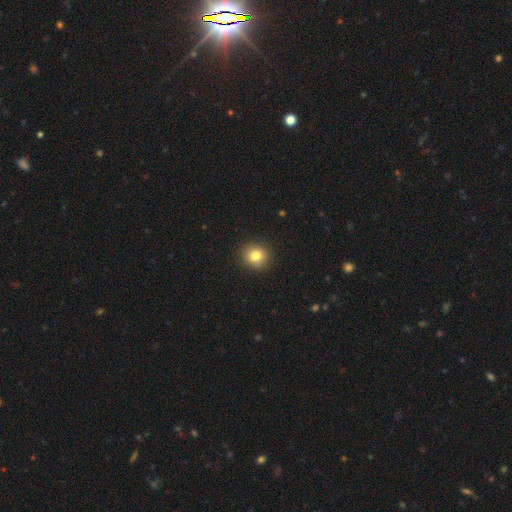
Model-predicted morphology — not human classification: Smooth or featured?
  - smooth: 81% *
  - star or artifact: 11%
  - featured or disk: 8%
How rounded?
  - round: 85% *
  - in between: 14%
  - cigar-shaped: 1%
Merging?
  - none: 90% *
  - minor disturbance: 7%
  - major disturbance: 2%
  - merger: 1%